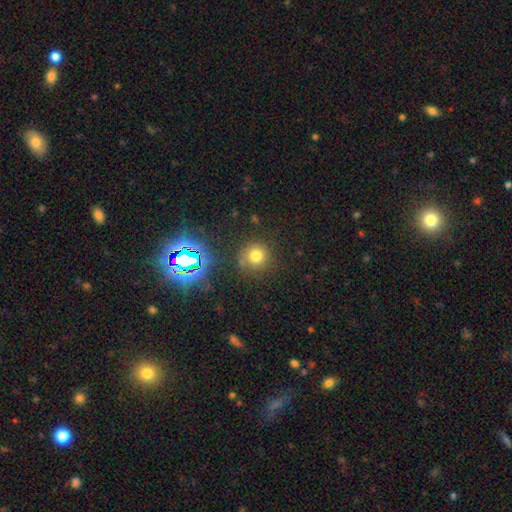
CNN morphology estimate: Smooth or featured: smooth — 69% (star or artifact — 22%)
How rounded: round — 92% (in between — 7%)
Merging: none — 75% (minor disturbance — 14%)